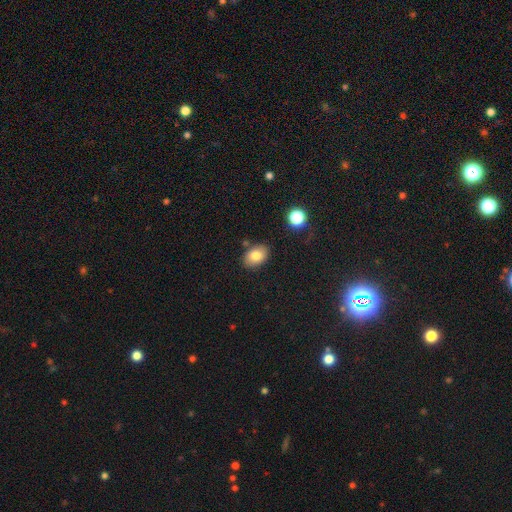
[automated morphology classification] Overall: smooth (81%). How rounded: in between (80%). Merging: none (82%).